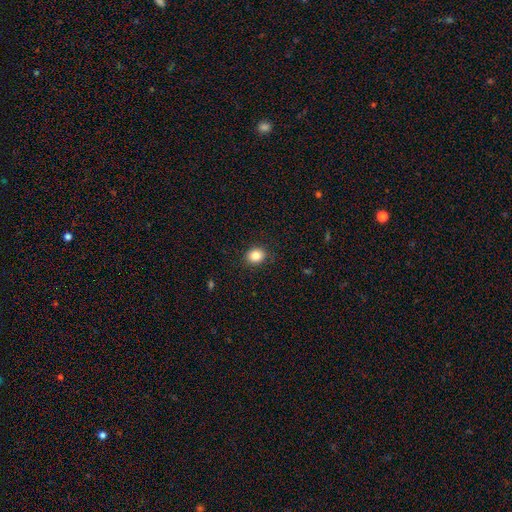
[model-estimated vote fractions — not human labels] Q: Smooth or featured?
A: smooth (84%); runner-up: star or artifact (10%)
Q: How rounded?
A: round (65%); runner-up: in between (34%)
Q: Merging?
A: none (89%); runner-up: minor disturbance (8%)